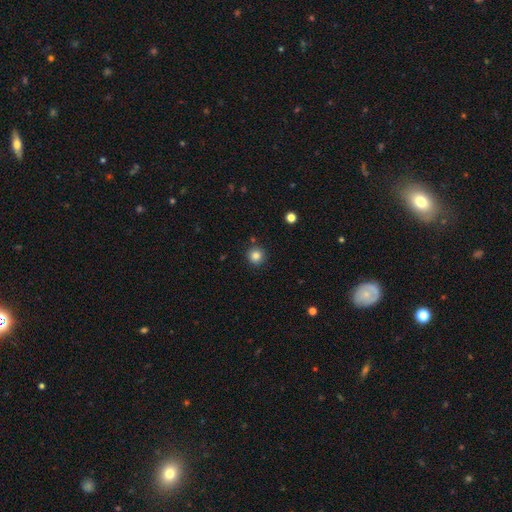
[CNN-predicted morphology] type=smooth (84%); roundness=round (94%); merging=none (89%).